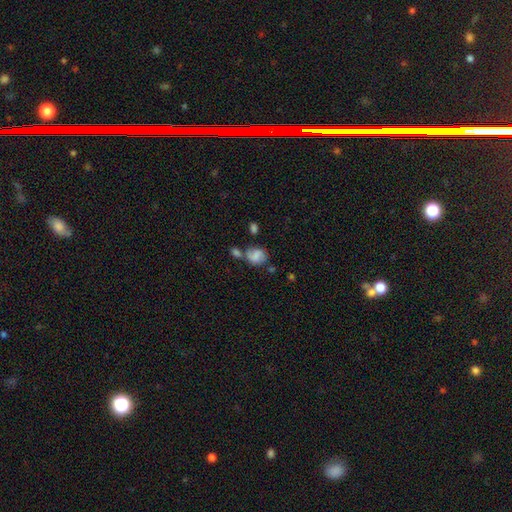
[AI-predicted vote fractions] The model was most divided on "how rounded": round: 54%, in between: 45%, cigar-shaped: 1%. Remaining: smooth or featured — smooth (65%); merging — none (44%).